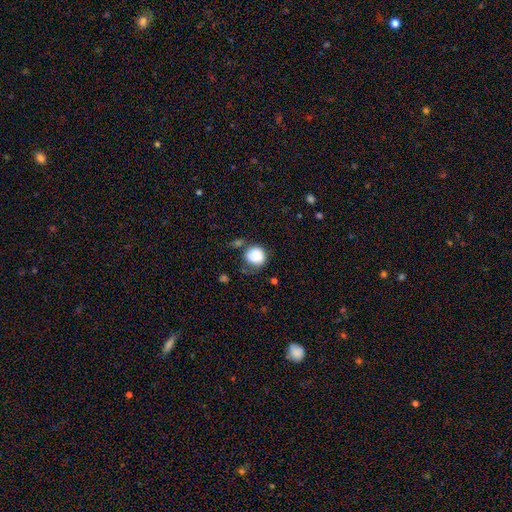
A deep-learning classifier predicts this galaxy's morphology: type=smooth (86%); roundness=round (86%); merging=none (58%).